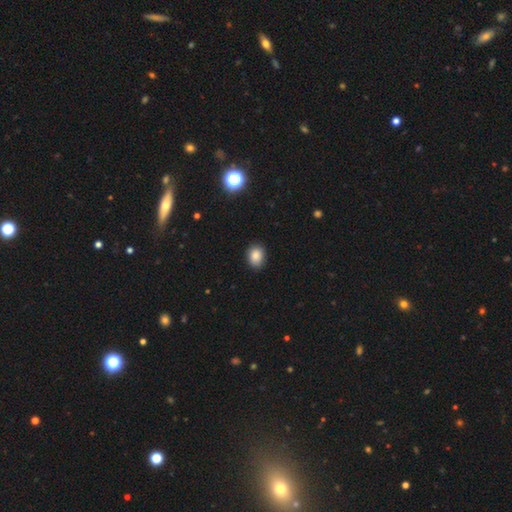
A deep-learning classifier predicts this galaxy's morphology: Q: Smooth or featured?
A: smooth (85%); runner-up: star or artifact (10%)
Q: How rounded?
A: in between (60%); runner-up: round (39%)
Q: Merging?
A: none (87%); runner-up: minor disturbance (10%)